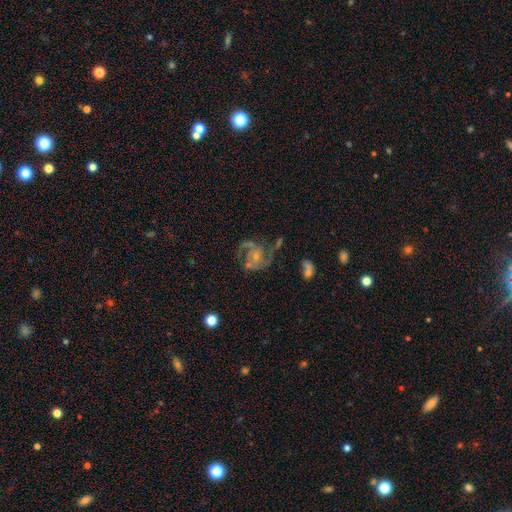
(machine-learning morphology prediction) smooth-or-featured: featured or disk: 83% | star or artifact: 10% | smooth: 7%
  disk-edge-on: no: 98% | yes: 2%
    bar: no: 67% | weak: 26% | strong: 7%
    has-spiral-arms: yes: 96% | no: 4%
      spiral-winding: medium: 54% | tight: 28% | loose: 18%
      spiral-arm-count: 2: 52% | 3: 23% | can't tell: 11% | 1: 5% | 4: 5% | more than 4: 4%
    bulge-size: small: 63% | moderate: 30% | none: 5% | large: 2% | dominant: 1%
  merging: none: 61% | minor disturbance: 17% | major disturbance: 16% | merger: 5%